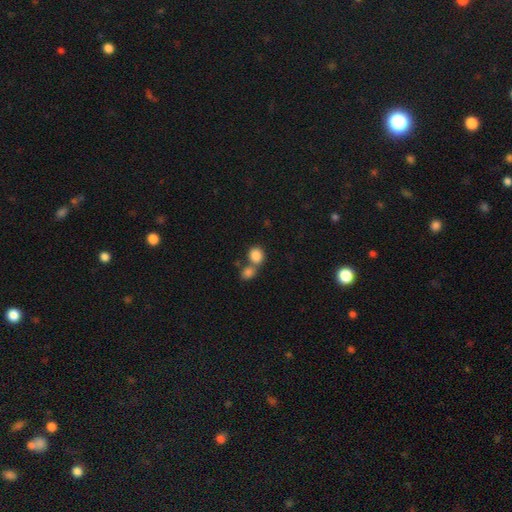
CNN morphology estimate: Q: Smooth or featured?
A: smooth (85%); runner-up: star or artifact (9%)
Q: How rounded?
A: round (69%); runner-up: in between (30%)
Q: Merging?
A: merger (50%); runner-up: none (39%)